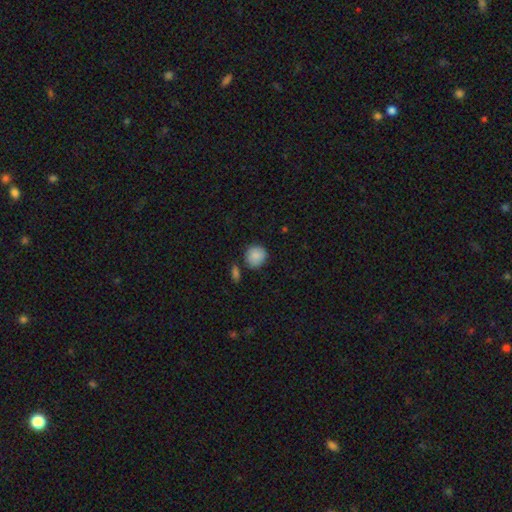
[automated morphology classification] Smooth or featured? smooth (88%)
How rounded? round (87%)
Merging? none (73%)